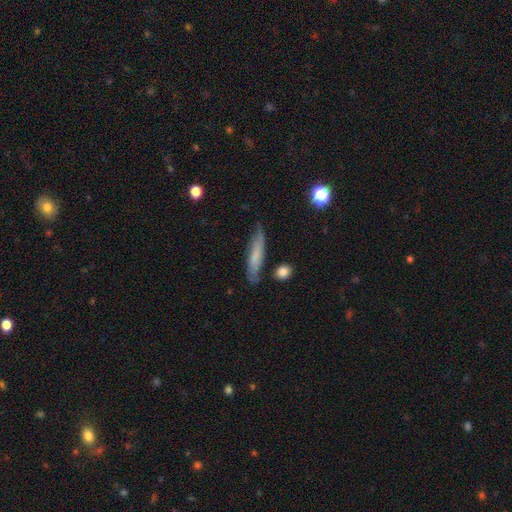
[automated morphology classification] Overall: smooth (59%; featured or disk 33%). How rounded: cigar-shaped (79%). Merging: none (74%).